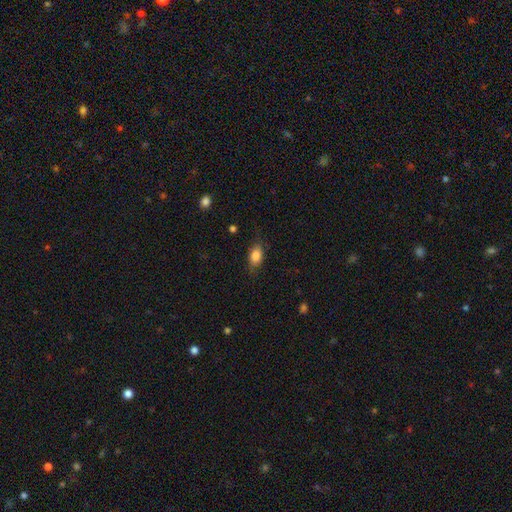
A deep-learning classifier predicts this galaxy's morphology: type=smooth (82%); roundness=in between (83%); merging=none (76%).